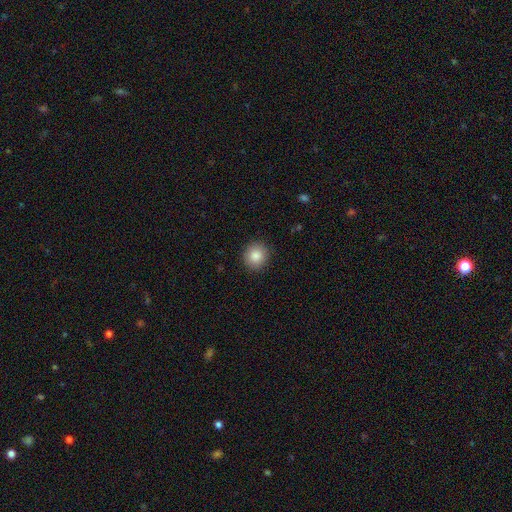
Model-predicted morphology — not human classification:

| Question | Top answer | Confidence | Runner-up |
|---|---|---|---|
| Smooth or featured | smooth | 86% | star or artifact (9%) |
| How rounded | round | 90% | in between (9%) |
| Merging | none | 91% | minor disturbance (6%) |